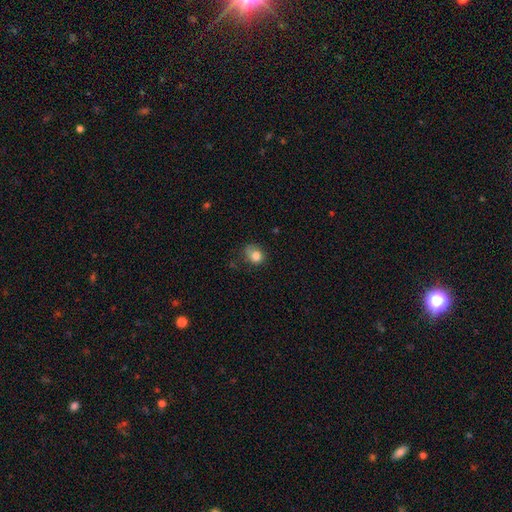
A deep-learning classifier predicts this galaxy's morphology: This is clearly a smooth galaxy (80%). How rounded: possibly round (56%). Merging: possibly none (48%).